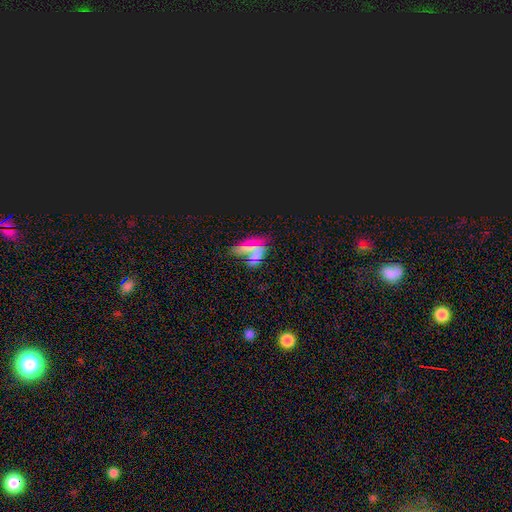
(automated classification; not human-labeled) A smooth galaxy with no disk features (43%). Merging: none (50%).